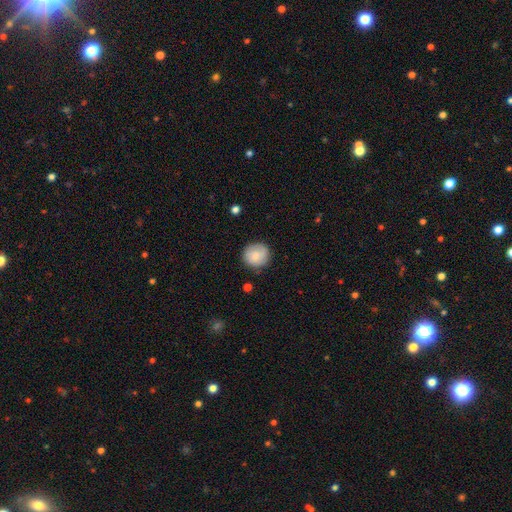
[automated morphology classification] This is clearly a smooth galaxy (80%). How rounded: clearly round (91%). Merging: clearly none (83%).